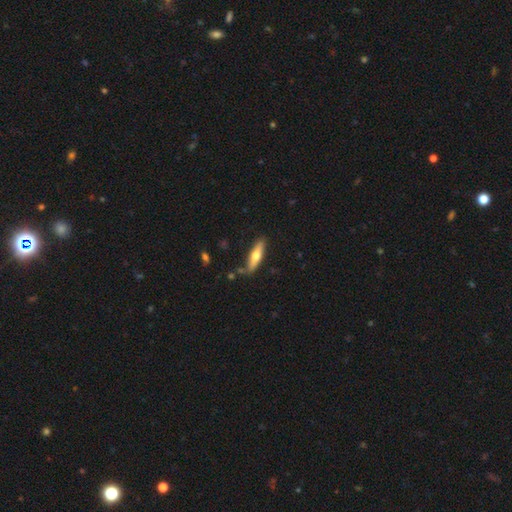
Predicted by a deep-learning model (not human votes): smooth_or_featured: smooth (p=0.53) [alt: featured or disk p=0.42]
how_rounded: cigar-shaped (p=0.69) [alt: in between p=0.29]
merging: none (p=0.80) [alt: minor disturbance p=0.14]